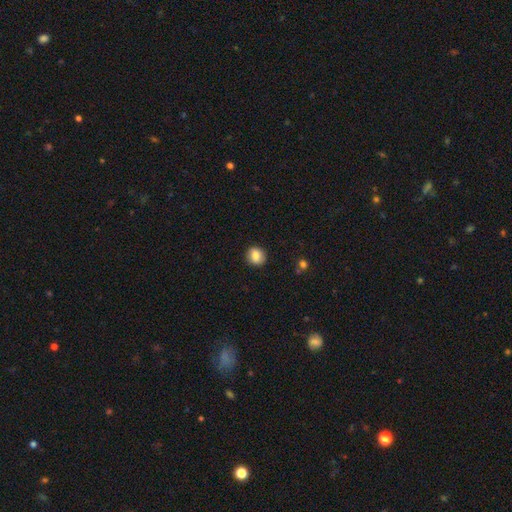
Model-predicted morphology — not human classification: Q: Smooth or featured?
A: smooth (83%); runner-up: star or artifact (9%)
Q: How rounded?
A: round (76%); runner-up: in between (23%)
Q: Merging?
A: none (89%); runner-up: minor disturbance (8%)